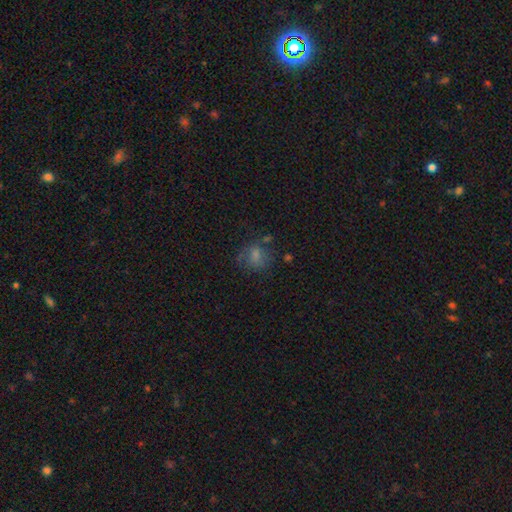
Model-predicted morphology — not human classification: A smooth galaxy with no disk features (67%) that is round (62%).

Vote fractions:
- Smooth or featured? smooth: 67% / featured or disk: 20% / star or artifact: 14%
- How rounded? round: 62% / in between: 37% / cigar-shaped: 1%
- Merging? none: 54% / minor disturbance: 23% / major disturbance: 17% / merger: 6%